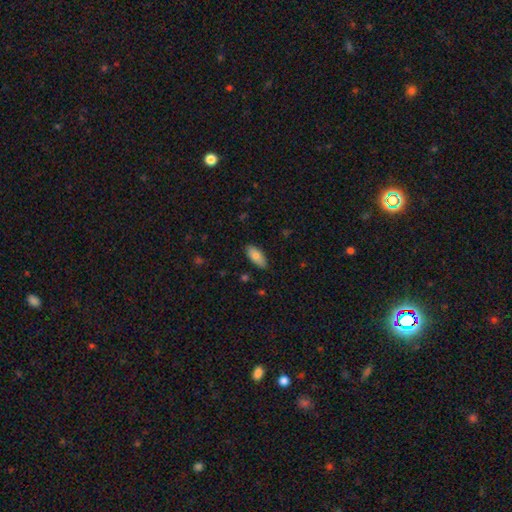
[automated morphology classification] Q: Smooth or featured?
A: smooth (81%); runner-up: featured or disk (13%)
Q: How rounded?
A: in between (86%); runner-up: cigar-shaped (12%)
Q: Merging?
A: none (86%); runner-up: minor disturbance (11%)